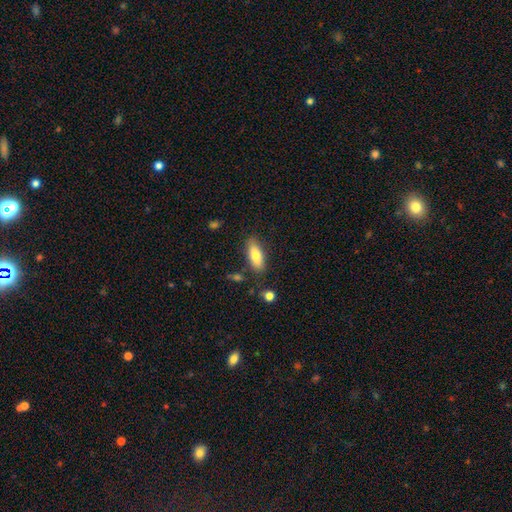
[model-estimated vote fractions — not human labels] The model was most divided on "how rounded": in between: 73%, cigar-shaped: 25%, round: 2%. More confident: merging — none (80%); smooth or featured — smooth (79%).